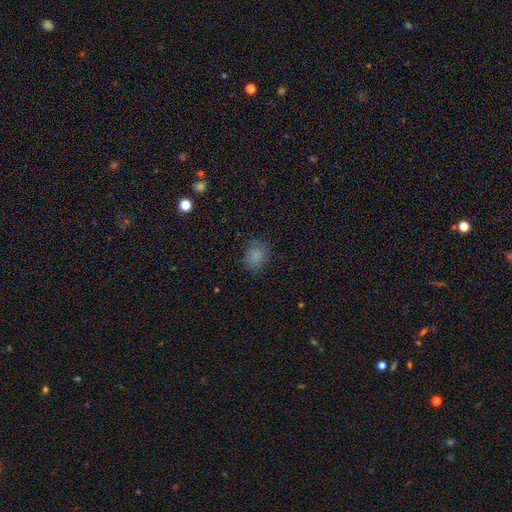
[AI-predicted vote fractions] smooth_or_featured: smooth (p=0.82) [alt: star or artifact p=0.12]
how_rounded: round (p=0.54) [alt: in between p=0.45]
merging: none (p=0.79) [alt: minor disturbance p=0.16]